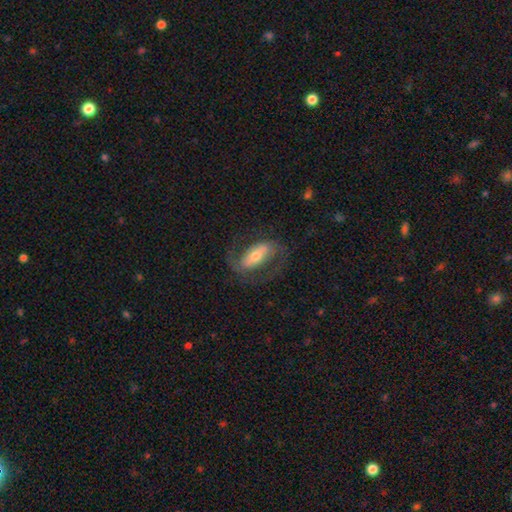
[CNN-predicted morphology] This is likely a featured or disk galaxy (73%). It is clearly not viewed edge-on (93%). Bar: possibly strong (51%). Spiral arm pattern: clearly yes (87%). Spiral arm count: clearly 2 (87%). Spiral winding: possibly medium (52%). Central bulge: possibly moderate (54%). Merging: likely none (69%).